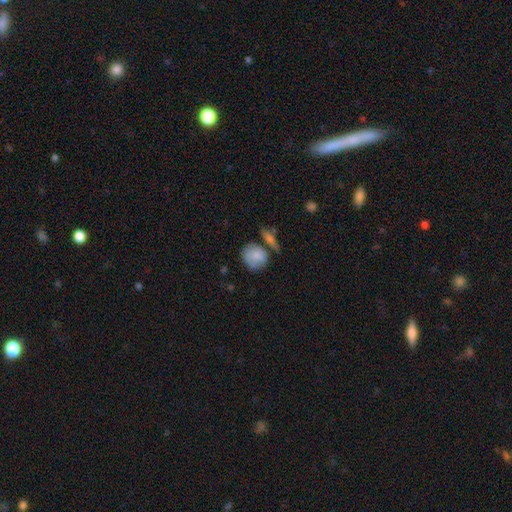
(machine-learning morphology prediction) A smooth galaxy with no disk features (81%) that is round (75%).

Vote fractions:
- Smooth or featured? smooth: 81% / featured or disk: 13% / star or artifact: 7%
- How rounded? round: 75% / in between: 24% / cigar-shaped: 2%
- Merging? none: 55% / minor disturbance: 21% / merger: 16% / major disturbance: 8%